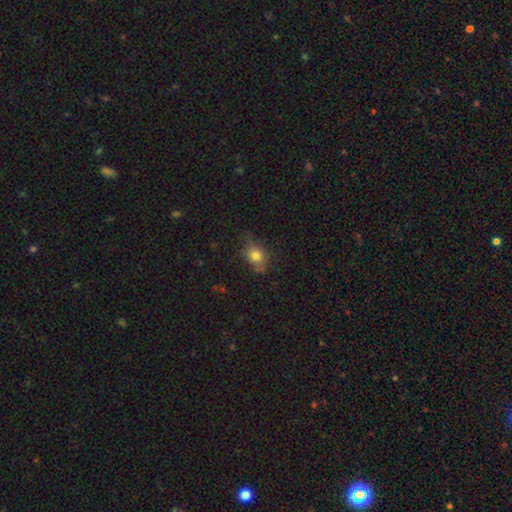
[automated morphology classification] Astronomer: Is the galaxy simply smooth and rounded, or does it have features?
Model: smooth — 78%.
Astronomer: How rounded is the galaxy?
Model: in between — 58% (runner-up: round, 40%).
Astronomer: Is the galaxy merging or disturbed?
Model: none — 67%.